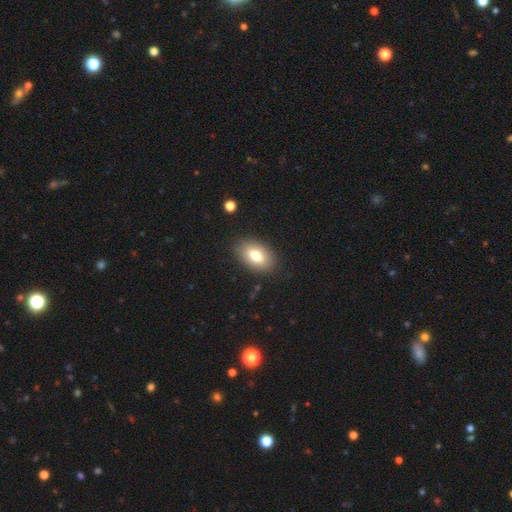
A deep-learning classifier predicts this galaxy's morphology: A smooth galaxy with no disk features (76%) that is in between round and cigar-shaped (89%). Merging: none (87%).